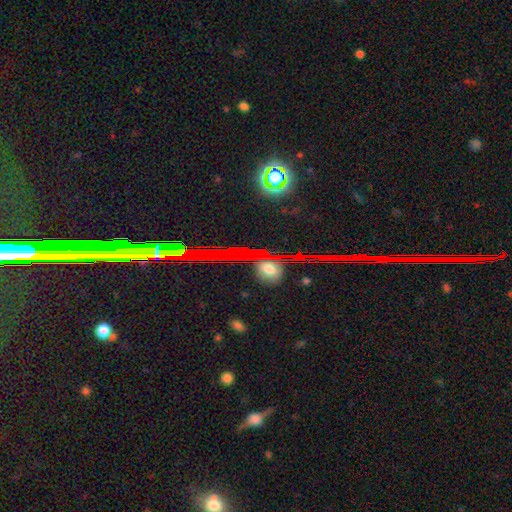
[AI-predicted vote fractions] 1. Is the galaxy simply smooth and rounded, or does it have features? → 76% star or artifact, 13% featured or disk, 11% smooth.